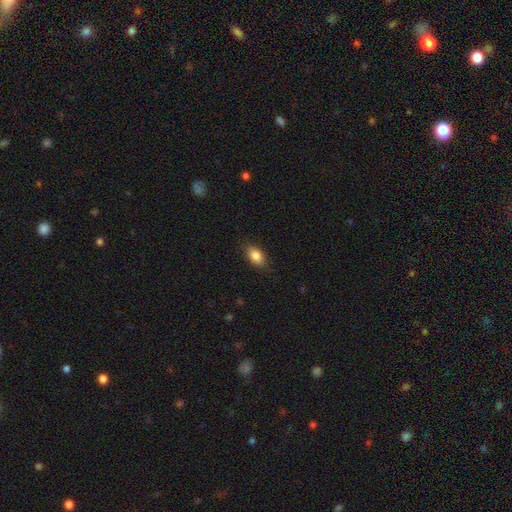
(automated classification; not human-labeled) This appears to be a smooth galaxy with no disk features (86%) that is in between round and cigar-shaped (88%). Merging: none (84%).